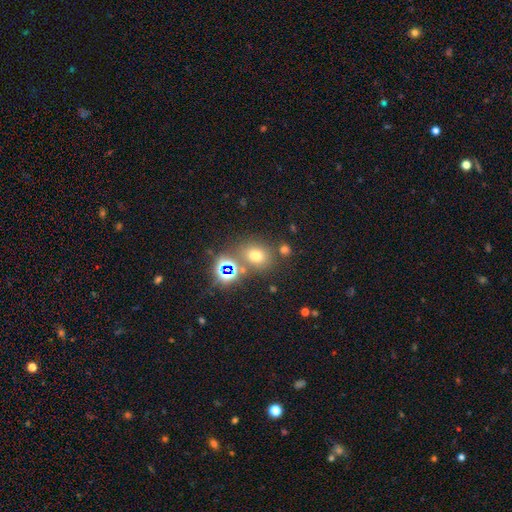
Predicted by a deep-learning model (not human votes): smooth_or_featured: smooth (p=0.60) [alt: star or artifact p=0.30]
how_rounded: round (p=0.58) [alt: in between p=0.41]
merging: none (p=0.70) [alt: merger p=0.14]